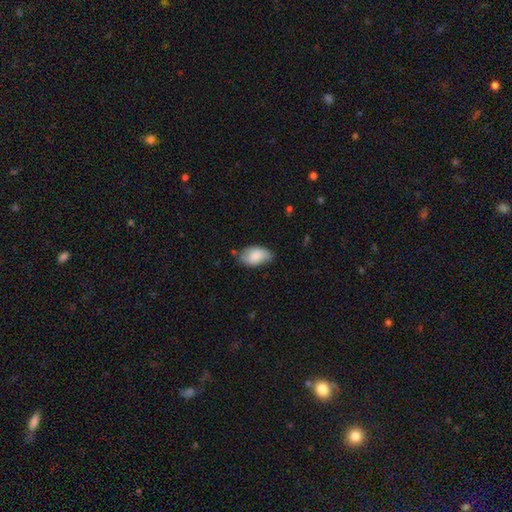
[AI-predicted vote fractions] smooth-or-featured: smooth: 84% | featured or disk: 10% | star or artifact: 6%
  how-rounded: in between: 93% | round: 6% | cigar-shaped: 2%
  merging: none: 60% | minor disturbance: 31% | major disturbance: 6% | merger: 3%